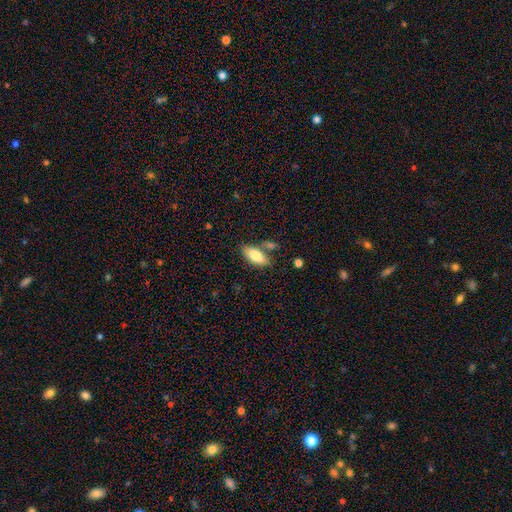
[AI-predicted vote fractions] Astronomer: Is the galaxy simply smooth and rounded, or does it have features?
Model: smooth — 80%.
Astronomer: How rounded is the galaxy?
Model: in between — 84%.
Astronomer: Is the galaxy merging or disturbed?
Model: none — 66%.